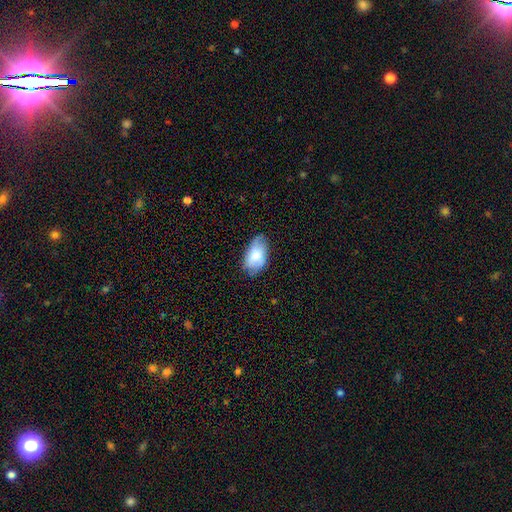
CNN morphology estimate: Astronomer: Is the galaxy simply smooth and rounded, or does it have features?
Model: smooth — 70%.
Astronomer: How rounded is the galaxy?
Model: in between — 93%.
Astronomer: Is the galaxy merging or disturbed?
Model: none — 63%.